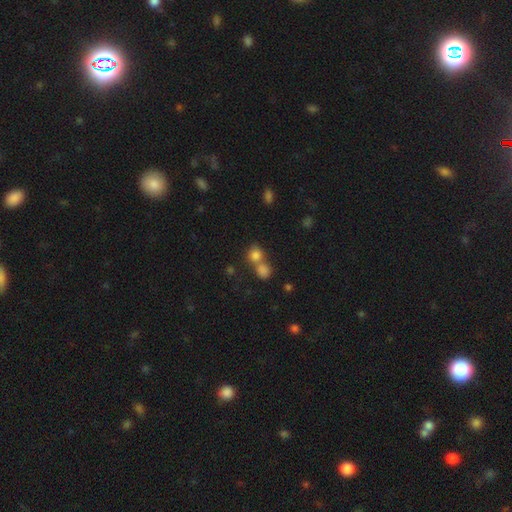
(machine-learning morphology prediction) The model was most divided on "merging": merger: 46%, none: 44%, minor disturbance: 7%, major disturbance: 3%. More confident: how rounded — round (81%); smooth or featured — smooth (80%).